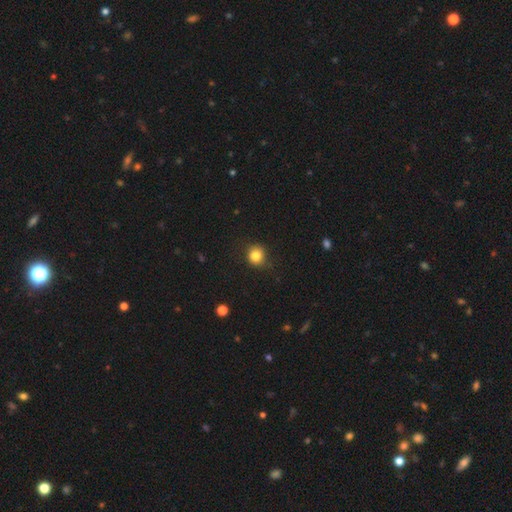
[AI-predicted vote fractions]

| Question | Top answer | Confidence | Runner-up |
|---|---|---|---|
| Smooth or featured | smooth | 83% | star or artifact (11%) |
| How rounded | round | 86% | in between (13%) |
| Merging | none | 84% | minor disturbance (11%) |